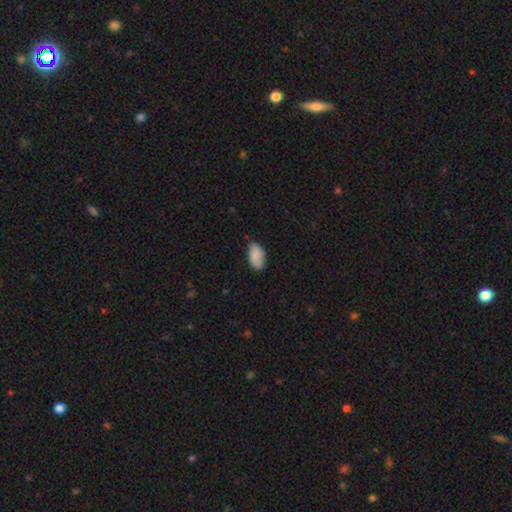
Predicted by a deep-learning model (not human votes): smooth-or-featured: smooth: 83% | featured or disk: 11% | star or artifact: 7%
  how-rounded: in between: 94% | round: 4% | cigar-shaped: 2%
  merging: none: 74% | minor disturbance: 22% | major disturbance: 3% | merger: 1%